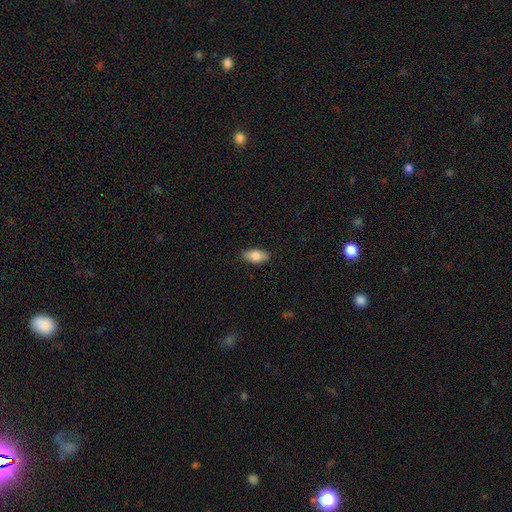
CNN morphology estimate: A smooth galaxy with no disk features (81%) that is in between round and cigar-shaped (91%). Merging: none (87%).